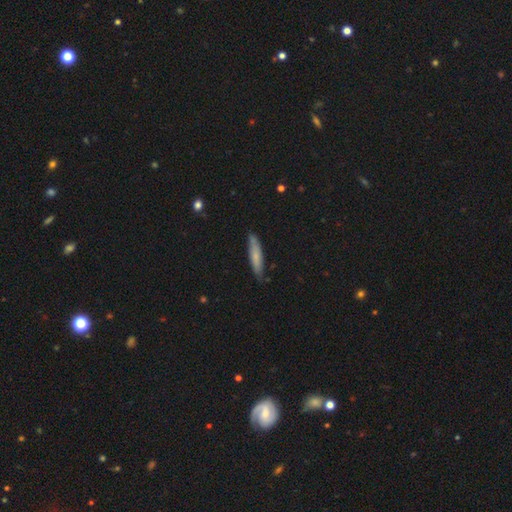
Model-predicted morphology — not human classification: smooth-or-featured: smooth: 67% | featured or disk: 27% | star or artifact: 6%
  how-rounded: cigar-shaped: 86% | in between: 13% | round: 1%
  merging: none: 81% | minor disturbance: 16% | major disturbance: 2% | merger: 1%